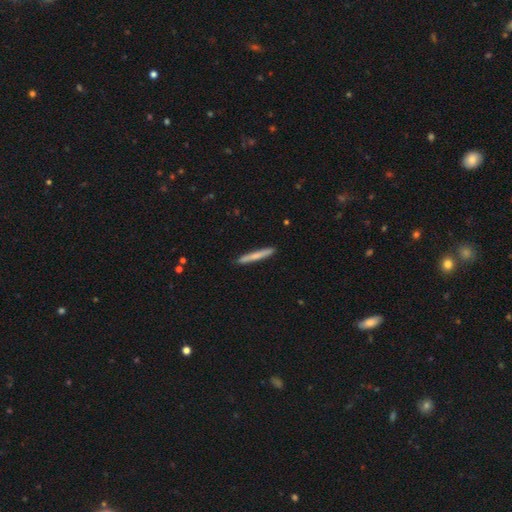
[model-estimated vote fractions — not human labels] This is likely a smooth galaxy (69%). How rounded: clearly cigar-shaped (97%). Merging: clearly none (90%).